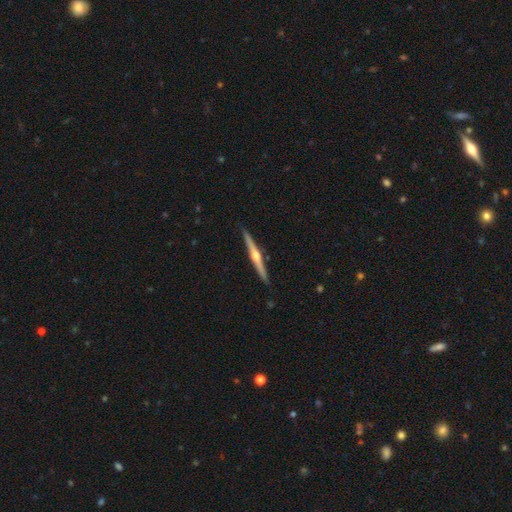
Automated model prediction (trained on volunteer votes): Smooth or featured: featured or disk — 77% (smooth — 18%)
Edge-on disk: yes — 98% (no — 2%)
Edge-on bulge: rounded — 92% (none — 5%)
Merging: none — 91% (minor disturbance — 7%)